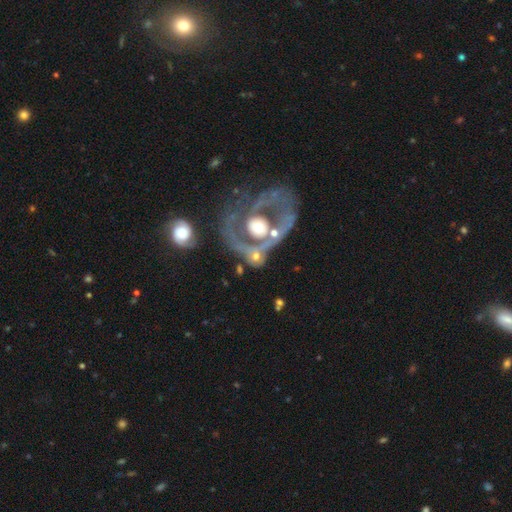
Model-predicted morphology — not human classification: Overall: featured or disk (54%; smooth 38%). Edge-on disk: no (90%). Merging: none (35%; merger 31%).